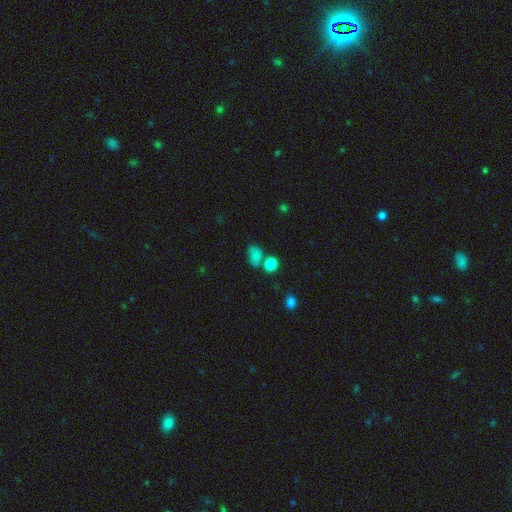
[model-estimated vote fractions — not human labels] smooth_or_featured: smooth (p=0.75) [alt: star or artifact p=0.14]
how_rounded: in between (p=0.55) [alt: round p=0.43]
merging: none (p=0.51) [alt: merger p=0.23]